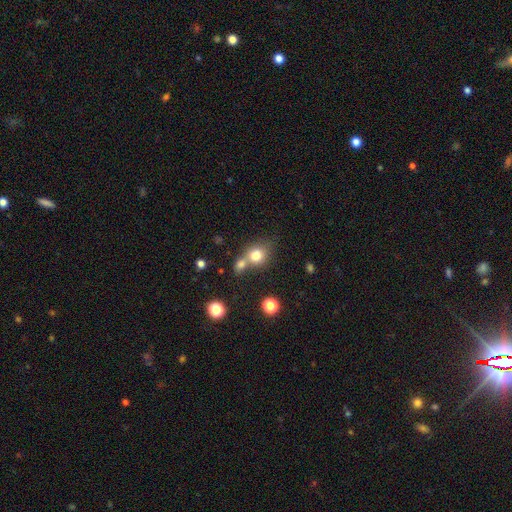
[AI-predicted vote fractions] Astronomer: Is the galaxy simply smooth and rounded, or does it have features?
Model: smooth — 77%.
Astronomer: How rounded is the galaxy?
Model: round — 71%.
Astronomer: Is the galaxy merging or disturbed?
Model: merger — 44% (runner-up: none, 42%).